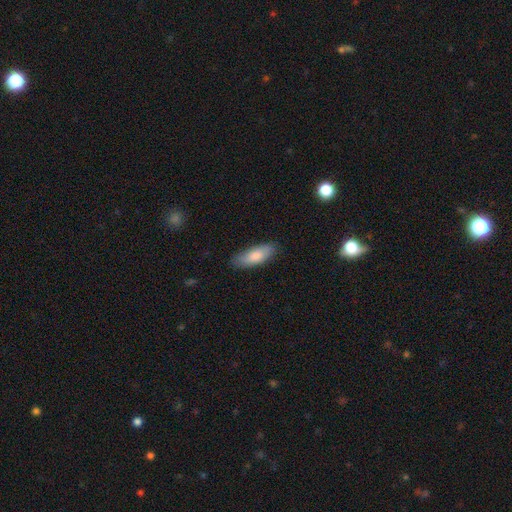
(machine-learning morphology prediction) This appears to be a smooth galaxy with no disk features (81%) that is in between round and cigar-shaped (71%). Merging: none (82%).